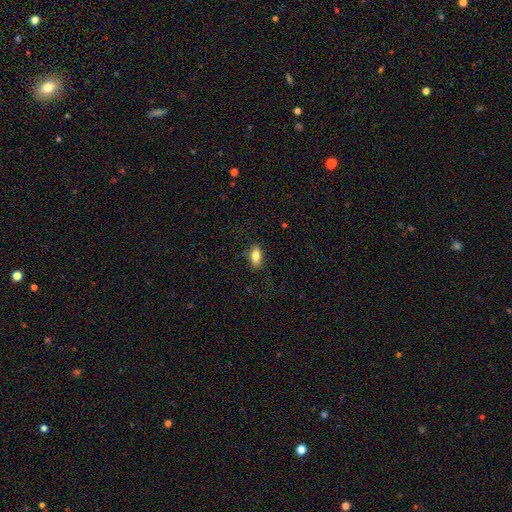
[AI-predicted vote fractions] Q: Smooth or featured?
A: smooth (81%); runner-up: featured or disk (11%)
Q: How rounded?
A: in between (88%); runner-up: round (7%)
Q: Merging?
A: none (82%); runner-up: minor disturbance (14%)